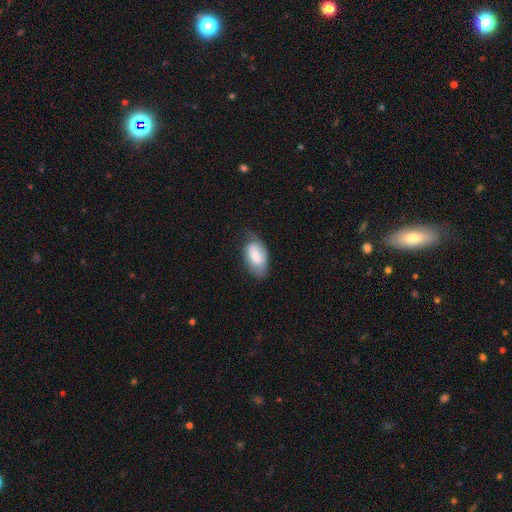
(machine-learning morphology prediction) This appears to be a smooth galaxy with no disk features (61%) that is in between round and cigar-shaped (93%). Merging: none (54%).